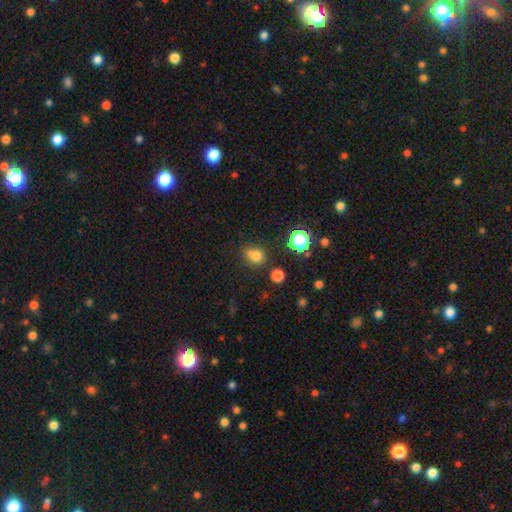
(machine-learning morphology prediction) A smooth galaxy with no disk features (71%) that is round (66%). Merging: none (54%).